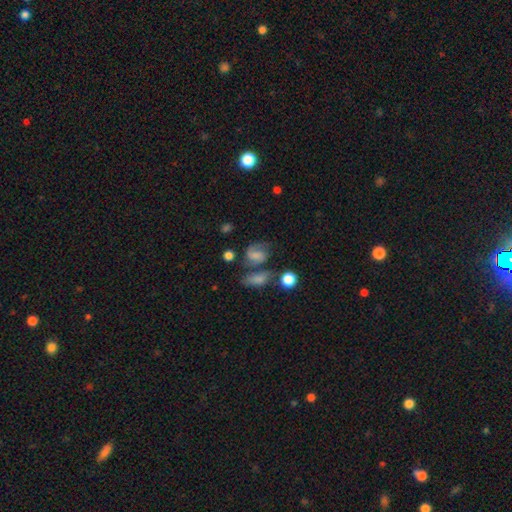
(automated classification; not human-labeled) Smooth or featured?
  - featured or disk: 45% *
  - smooth: 41%
  - star or artifact: 14%
Merging?
  - none: 47% *
  - minor disturbance: 20%
  - merger: 19%
  - major disturbance: 14%